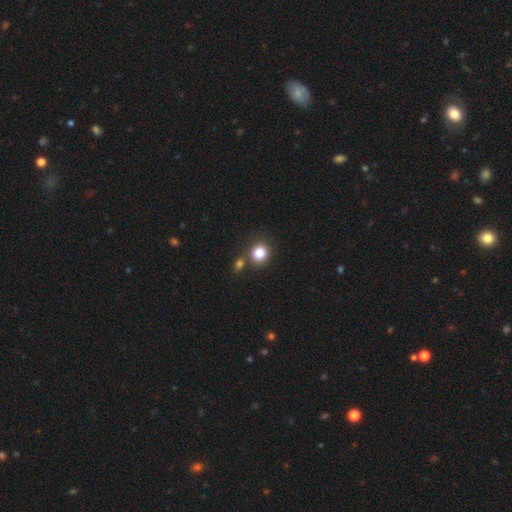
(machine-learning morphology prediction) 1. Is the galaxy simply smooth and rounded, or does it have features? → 67% smooth, 26% star or artifact, 7% featured or disk.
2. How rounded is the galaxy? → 89% round, 9% in between, 1% cigar-shaped.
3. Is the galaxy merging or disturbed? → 77% none, 12% merger, 8% minor disturbance, 3% major disturbance.